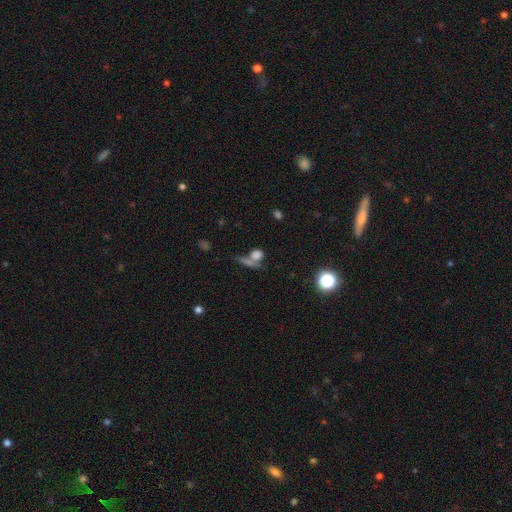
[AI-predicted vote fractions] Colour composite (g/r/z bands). It shows a smooth galaxy with no disk features (71%) that is round (58%). Merging: none (47%).